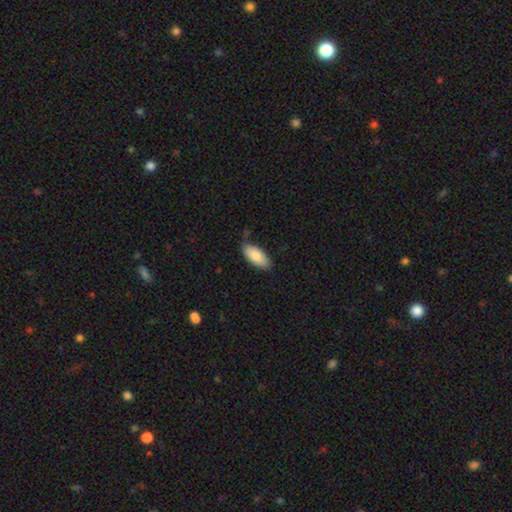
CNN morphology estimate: This is clearly a smooth galaxy (84%). How rounded: clearly in between (89%). Merging: clearly none (81%).